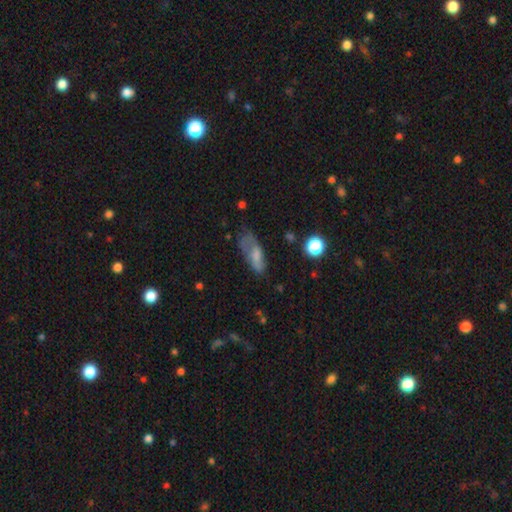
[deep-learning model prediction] The model was most divided on "merging": none: 40%, minor disturbance: 31%, major disturbance: 25%, merger: 4%. More confident: how rounded — in between (69%); smooth or featured — smooth (61%).